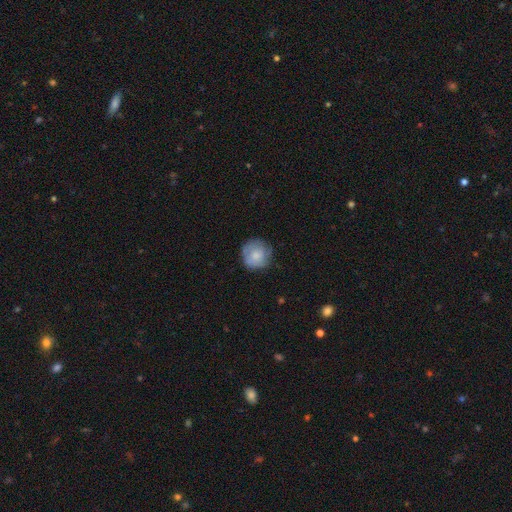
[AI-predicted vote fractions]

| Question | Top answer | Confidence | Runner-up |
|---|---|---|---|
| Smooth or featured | smooth | 63% | featured or disk (30%) |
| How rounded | round | 91% | in between (8%) |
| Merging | none | 72% | minor disturbance (21%) |